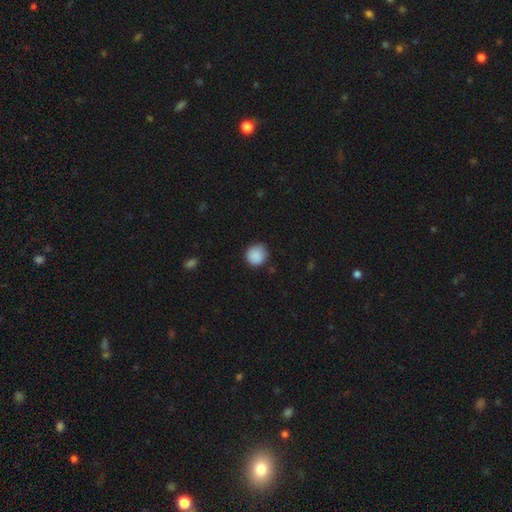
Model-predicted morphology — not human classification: Q: Smooth or featured?
A: smooth (89%); runner-up: star or artifact (8%)
Q: How rounded?
A: round (92%); runner-up: in between (7%)
Q: Merging?
A: none (82%); runner-up: minor disturbance (14%)